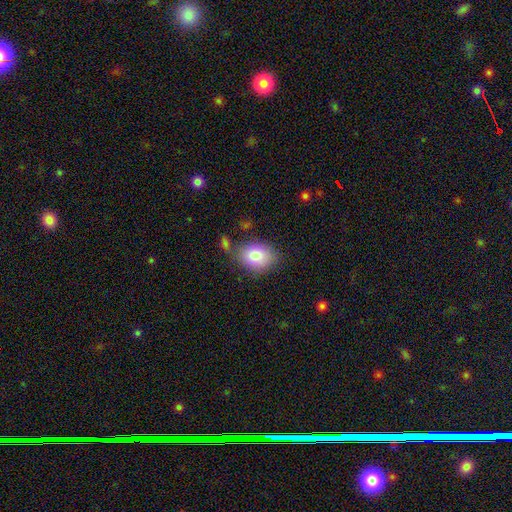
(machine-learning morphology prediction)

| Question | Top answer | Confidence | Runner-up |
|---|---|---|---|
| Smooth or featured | smooth | 83% | featured or disk (9%) |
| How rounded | in between | 75% | round (24%) |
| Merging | none | 70% | minor disturbance (18%) |